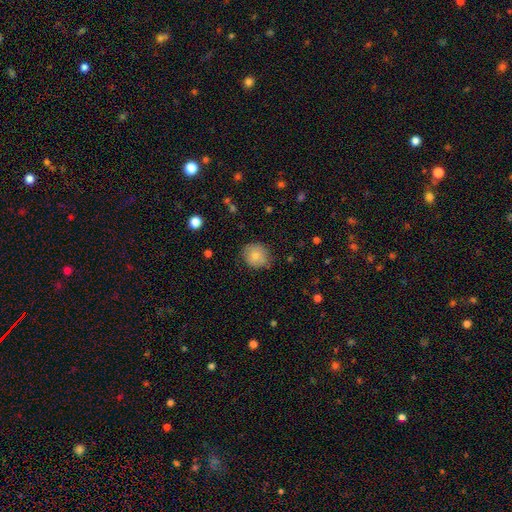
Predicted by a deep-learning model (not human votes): The model was most divided on "merging": none: 77%, minor disturbance: 17%, major disturbance: 4%, merger: 1%. More confident: how rounded — round (86%); smooth or featured — smooth (76%).